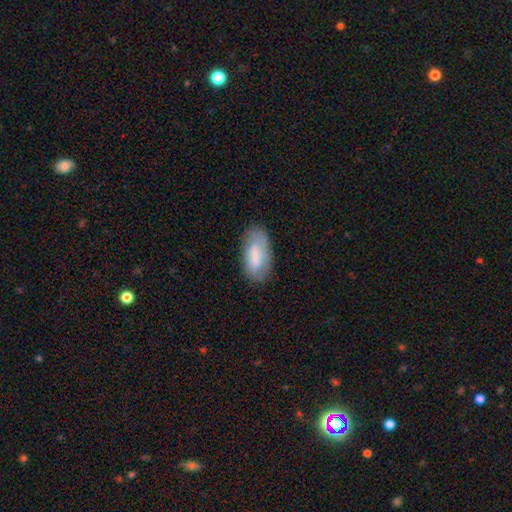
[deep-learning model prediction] This appears to be a smooth galaxy with no disk features (69%) that is in between round and cigar-shaped (88%). Merging: none (71%).